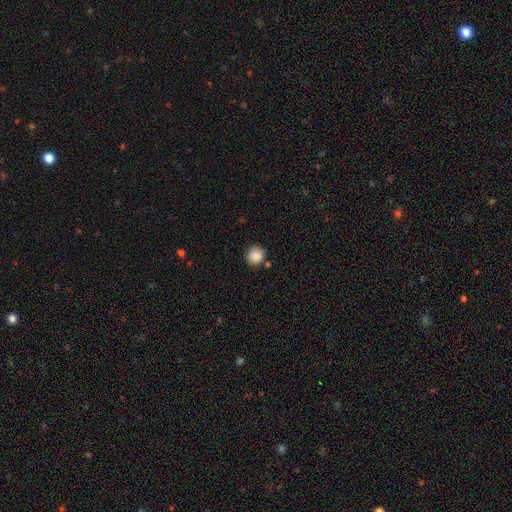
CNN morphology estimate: Smooth or featured?
  - smooth: 88% *
  - star or artifact: 9%
  - featured or disk: 3%
How rounded?
  - round: 90% *
  - in between: 9%
  - cigar-shaped: 1%
Merging?
  - none: 83% *
  - minor disturbance: 11%
  - merger: 4%
  - major disturbance: 3%